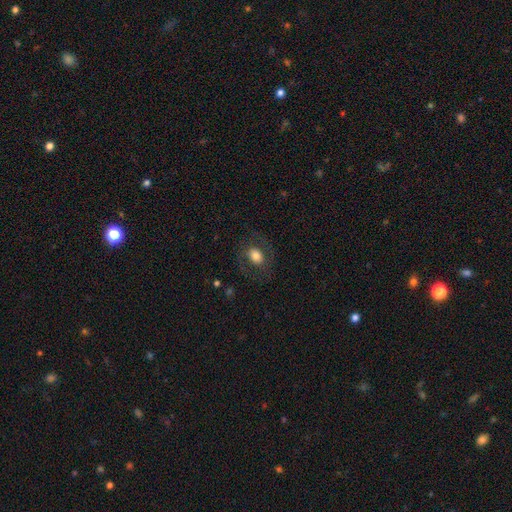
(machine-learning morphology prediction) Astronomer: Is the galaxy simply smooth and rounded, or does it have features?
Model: smooth — 66%.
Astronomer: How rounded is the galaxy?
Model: in between — 56% (runner-up: round, 43%).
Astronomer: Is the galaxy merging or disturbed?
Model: none — 76%.